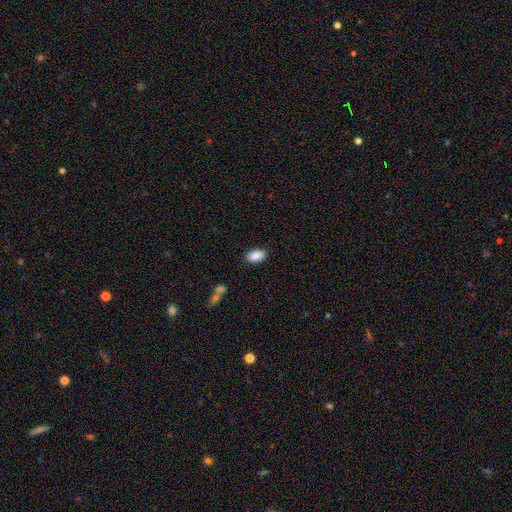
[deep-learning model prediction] Morphology: type=smooth (88%); roundness=in between (92%); merging=none (87%).